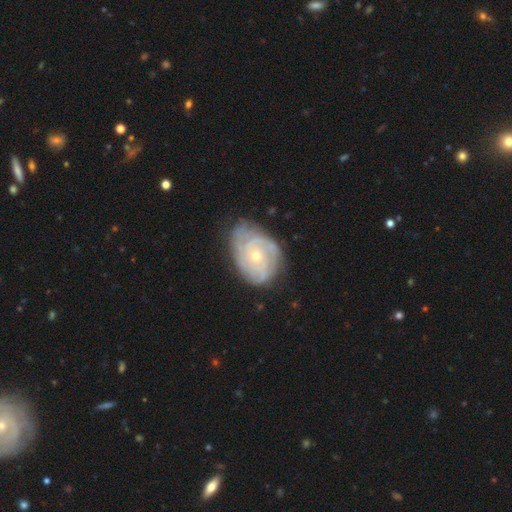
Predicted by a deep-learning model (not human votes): This is clearly a featured or disk galaxy (83%). It is clearly not viewed edge-on (97%). Bar: likely no (78%). Spiral arm pattern: clearly yes (95%). Spiral arm count: marginally can't tell (29%). Spiral winding: likely tight (69%). Central bulge: likely small (66%). Merging: likely none (70%).